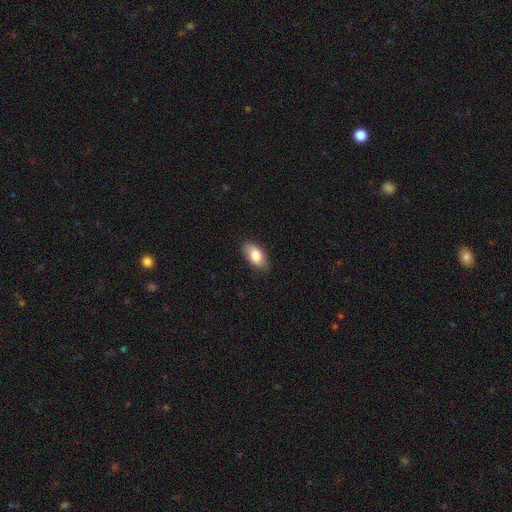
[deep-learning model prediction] This is clearly a smooth galaxy (82%). How rounded: clearly in between (92%). Merging: clearly none (83%).